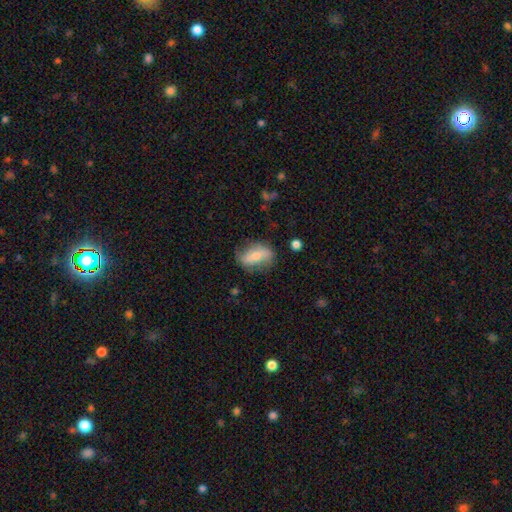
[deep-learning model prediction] smooth_or_featured: smooth (p=0.56) [alt: featured or disk p=0.37]
how_rounded: in between (p=0.79) [alt: round p=0.11]
merging: none (p=0.68) [alt: minor disturbance p=0.22]